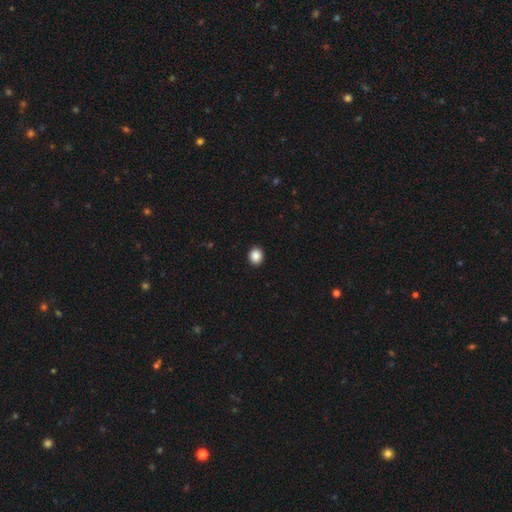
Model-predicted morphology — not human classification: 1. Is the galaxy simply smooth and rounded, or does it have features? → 88% smooth, 9% star or artifact, 3% featured or disk.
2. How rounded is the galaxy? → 70% round, 29% in between, 1% cigar-shaped.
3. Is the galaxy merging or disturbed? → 92% none, 5% minor disturbance, 2% major disturbance, 1% merger.